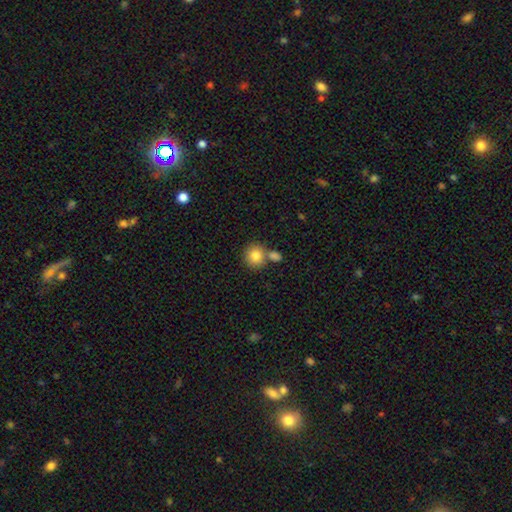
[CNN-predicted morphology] Smooth or featured? smooth (83%)
How rounded? round (87%)
Merging? none (59%)